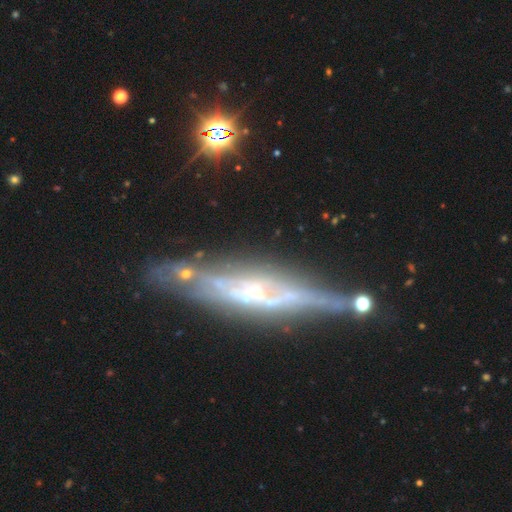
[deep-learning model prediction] smooth-or-featured: featured or disk: 79% | smooth: 11% | star or artifact: 10%
  disk-edge-on: yes: 91% | no: 9%
    edge-on-bulge: rounded: 39% | none: 37% | boxy: 24%
  merging: none: 76% | minor disturbance: 14% | major disturbance: 5% | merger: 5%